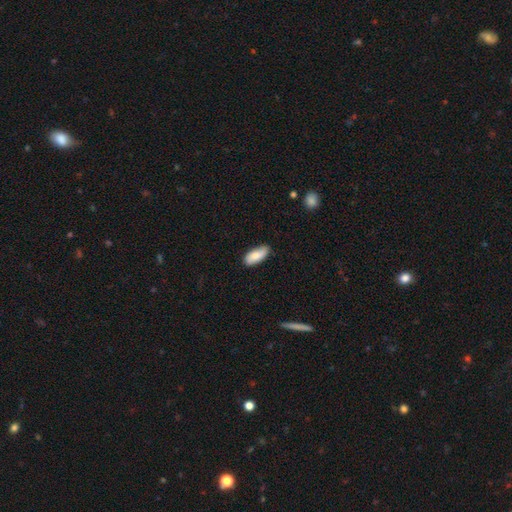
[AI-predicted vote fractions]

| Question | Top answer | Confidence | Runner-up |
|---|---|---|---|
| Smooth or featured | smooth | 79% | featured or disk (15%) |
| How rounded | in between | 84% | cigar-shaped (14%) |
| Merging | none | 79% | minor disturbance (17%) |